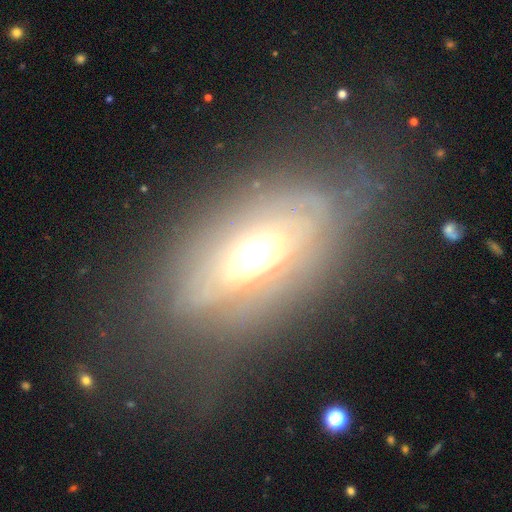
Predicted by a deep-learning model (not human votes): featured or disk 73%, smooth 19%, star or artifact 9%. Down the decision tree: edge-on disk — no (77%); bar — no (76%); spiral arms — yes (51%); bulge size — moderate (54%); merging — none (65%).